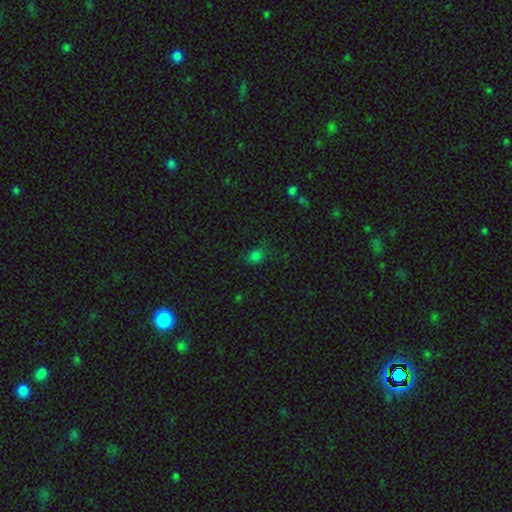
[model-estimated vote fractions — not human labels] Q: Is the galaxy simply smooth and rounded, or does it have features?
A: smooth — 74%.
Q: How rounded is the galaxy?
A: round — 54%.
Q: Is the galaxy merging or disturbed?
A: none — 73%.